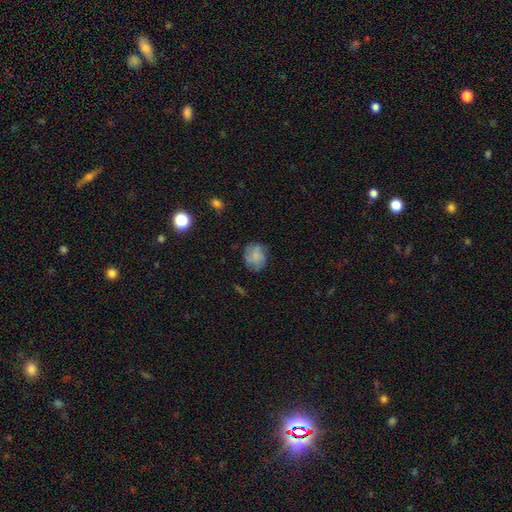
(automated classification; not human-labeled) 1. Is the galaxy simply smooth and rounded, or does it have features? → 53% smooth, 37% featured or disk, 10% star or artifact.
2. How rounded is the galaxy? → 68% round, 31% in between, 1% cigar-shaped.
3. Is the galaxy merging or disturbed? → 69% none, 20% minor disturbance, 9% major disturbance, 2% merger.